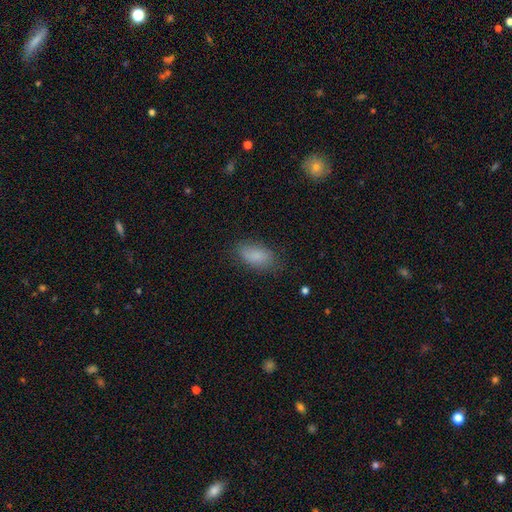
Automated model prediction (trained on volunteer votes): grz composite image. It shows a smooth galaxy with no disk features (85%) that is in between round and cigar-shaped (91%). Merging: none (77%).